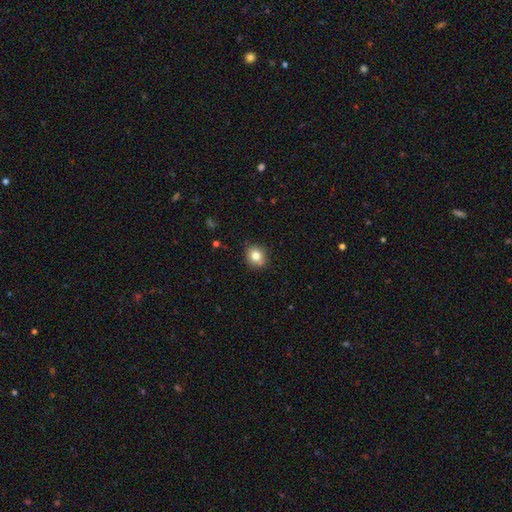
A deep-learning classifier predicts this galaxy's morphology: This appears to be a smooth galaxy with no disk features (81%) that is round (70%). Merging: none (83%).